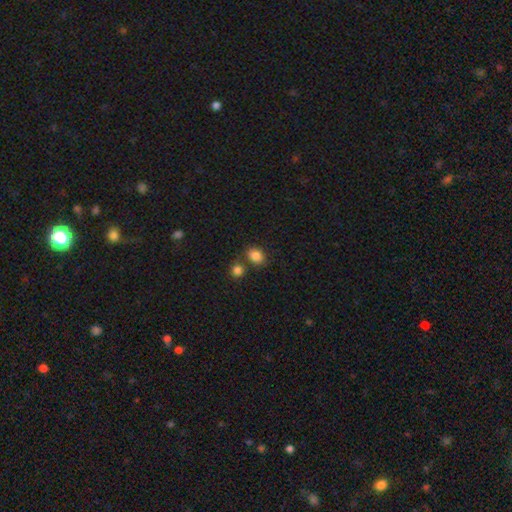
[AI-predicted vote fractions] The model was most divided on "how rounded": in between: 62%, round: 37%, cigar-shaped: 1%. More confident: smooth or featured — smooth (84%); merging — none (65%).